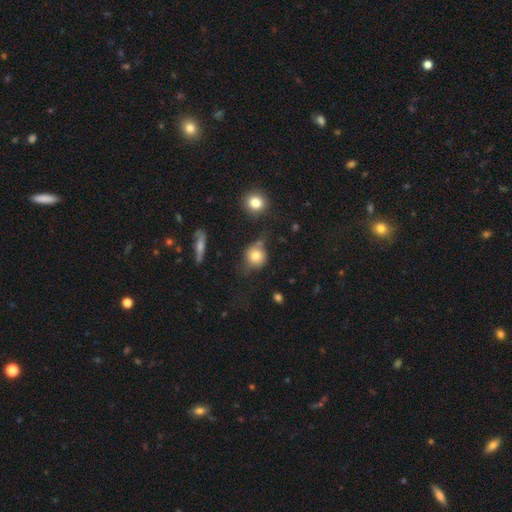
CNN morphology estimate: Smooth or featured? smooth (75%)
How rounded? round (84%)
Merging? none (55%)